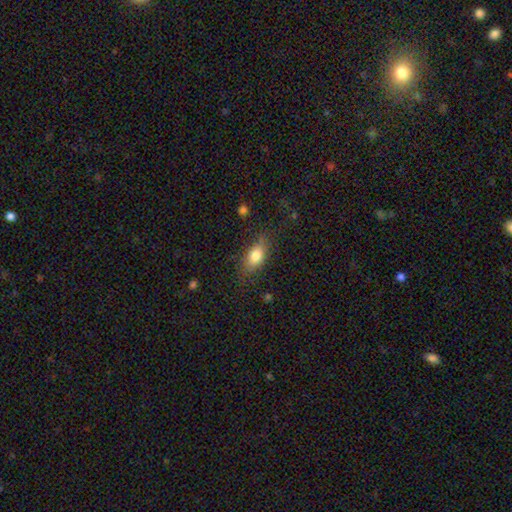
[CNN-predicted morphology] Smooth or featured?
  - smooth: 76% *
  - featured or disk: 15%
  - star or artifact: 8%
How rounded?
  - in between: 80% *
  - cigar-shaped: 13%
  - round: 7%
Merging?
  - none: 77% *
  - minor disturbance: 17%
  - major disturbance: 5%
  - merger: 1%